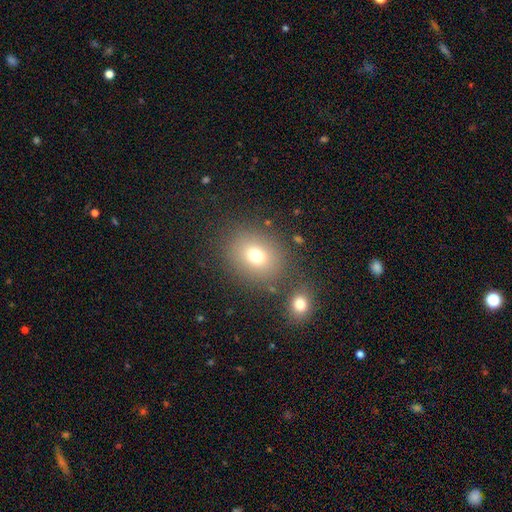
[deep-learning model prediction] smooth 74%, star or artifact 15%, featured or disk 12%. Down the decision tree: how rounded — round (64%); merging — none (78%).